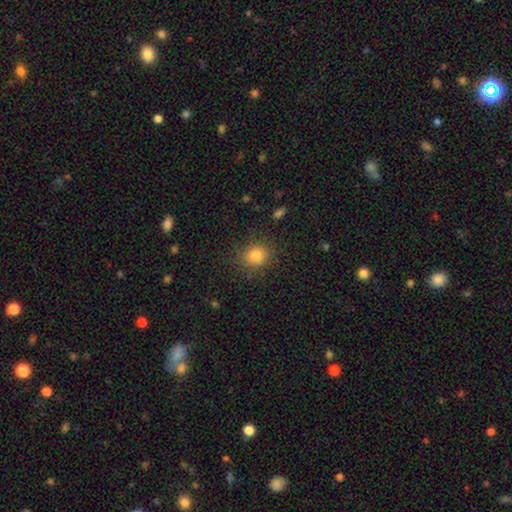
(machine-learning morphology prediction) This is clearly a smooth galaxy (82%). How rounded: likely round (77%). Merging: clearly none (85%).